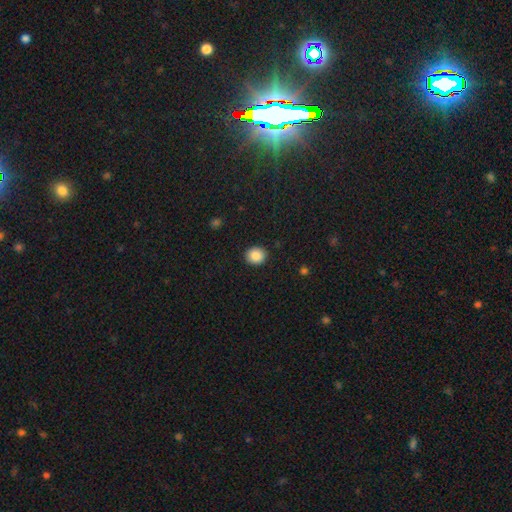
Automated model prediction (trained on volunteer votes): Smooth or featured?
  - smooth: 87% *
  - star or artifact: 9%
  - featured or disk: 4%
How rounded?
  - round: 80% *
  - in between: 19%
  - cigar-shaped: 1%
Merging?
  - none: 91% *
  - minor disturbance: 6%
  - major disturbance: 2%
  - merger: 1%